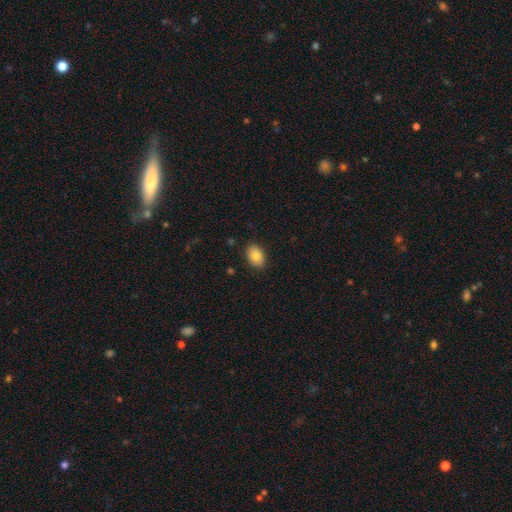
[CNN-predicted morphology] This is clearly a smooth galaxy (85%). How rounded: clearly in between (85%). Merging: clearly none (87%).